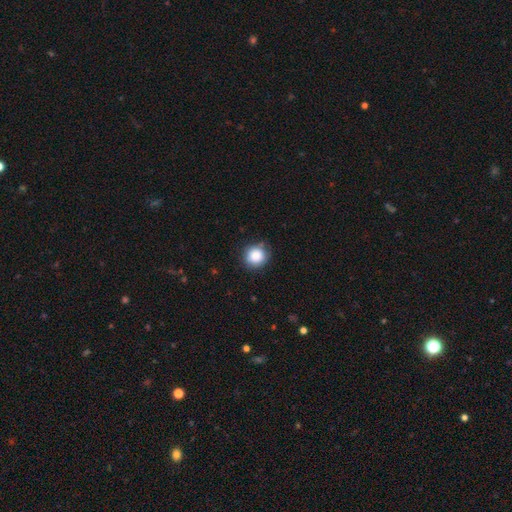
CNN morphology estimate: This appears to be a smooth galaxy with no disk features (87%) that is round (90%). Merging: none (83%).